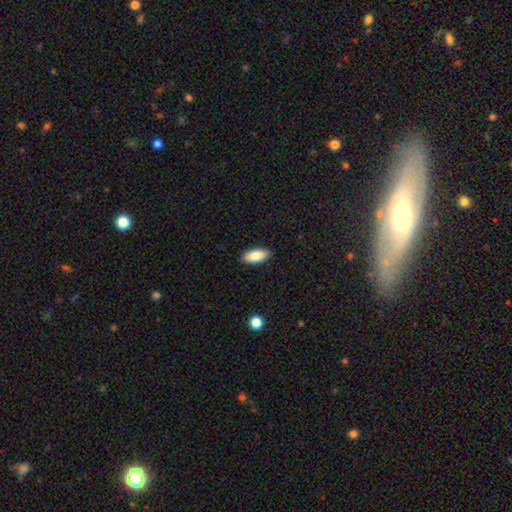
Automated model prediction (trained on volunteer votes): Morphology: type=smooth (86%); roundness=in between (88%); merging=none (89%).